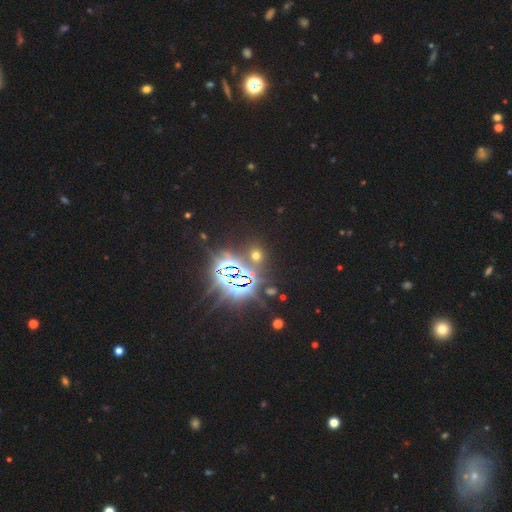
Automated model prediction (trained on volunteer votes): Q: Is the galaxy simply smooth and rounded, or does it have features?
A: star or artifact — 59%.